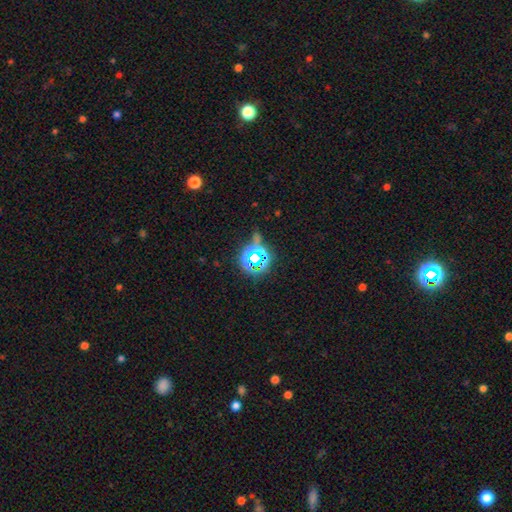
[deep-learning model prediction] Smooth or featured: star or artifact — 70% (smooth — 21%)